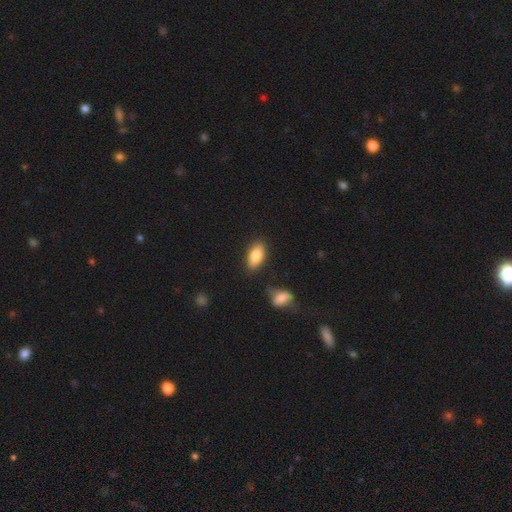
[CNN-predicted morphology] A smooth galaxy with no disk features (83%) that is in between round and cigar-shaped (88%).

Vote fractions:
- Smooth or featured? smooth: 83% / featured or disk: 10% / star or artifact: 7%
- How rounded? in between: 88% / cigar-shaped: 9% / round: 3%
- Merging? none: 81% / minor disturbance: 12% / merger: 4% / major disturbance: 3%